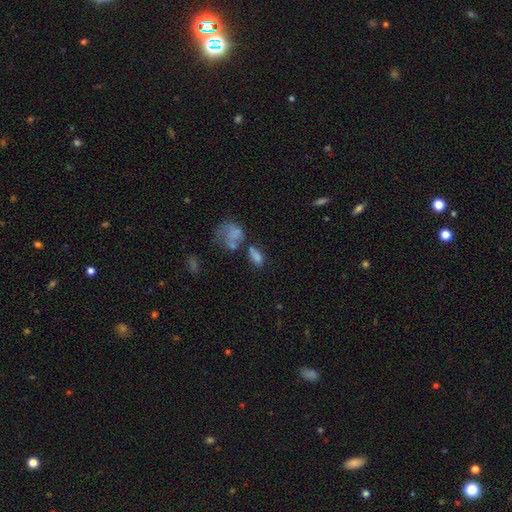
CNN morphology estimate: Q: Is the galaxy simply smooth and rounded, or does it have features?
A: smooth — 63%.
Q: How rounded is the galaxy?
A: in between — 78%.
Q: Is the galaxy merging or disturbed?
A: none — 36%.